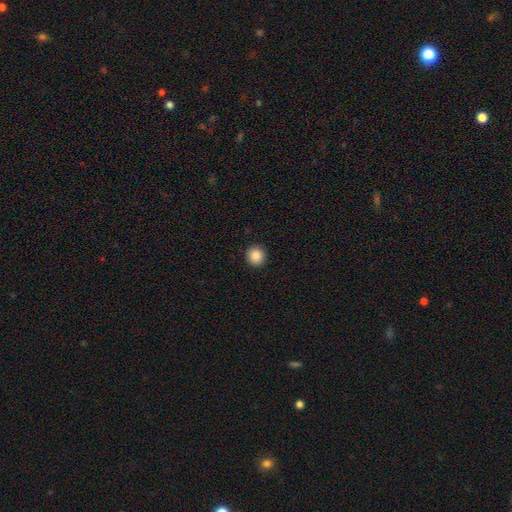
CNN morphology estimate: This appears to be a smooth galaxy with no disk features (86%) that is round (92%). Merging: none (93%).